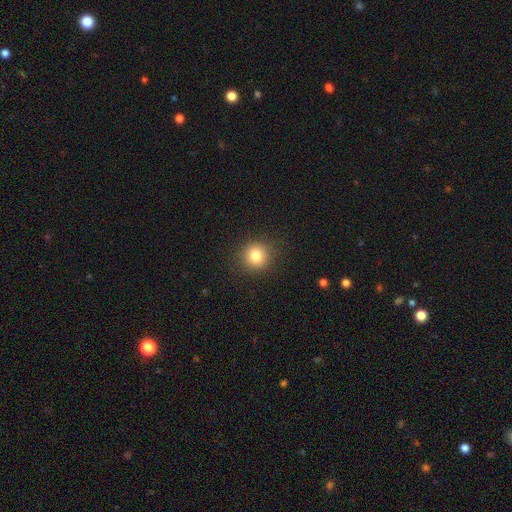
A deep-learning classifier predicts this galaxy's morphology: Overall: smooth (83%). How rounded: round (88%). Merging: none (90%).